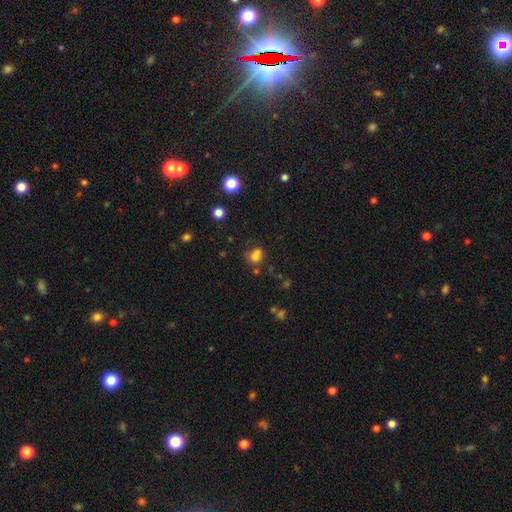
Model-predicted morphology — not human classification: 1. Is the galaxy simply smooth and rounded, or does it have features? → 71% smooth, 17% star or artifact, 12% featured or disk.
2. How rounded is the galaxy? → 52% round, 46% in between, 1% cigar-shaped.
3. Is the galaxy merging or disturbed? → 40% none, 28% merger, 20% minor disturbance, 12% major disturbance.